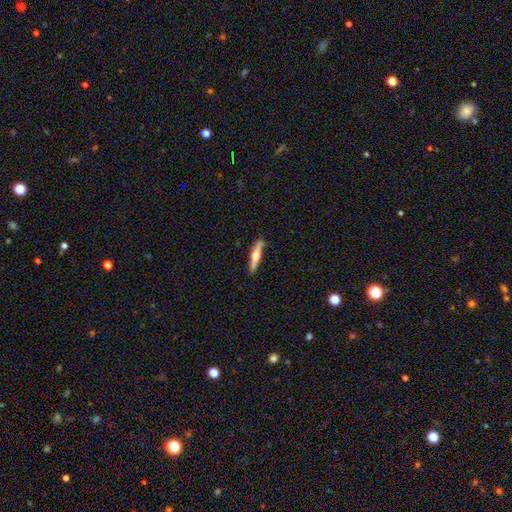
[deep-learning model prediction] A featured or disk galaxy (52%) viewed edge-on (94%).

Vote fractions:
- Smooth or featured? featured or disk: 52% / smooth: 43% / star or artifact: 5%
- Edge-on disk? yes: 94% / no: 6%
- Merging? none: 83% / minor disturbance: 13% / major disturbance: 2% / merger: 2%